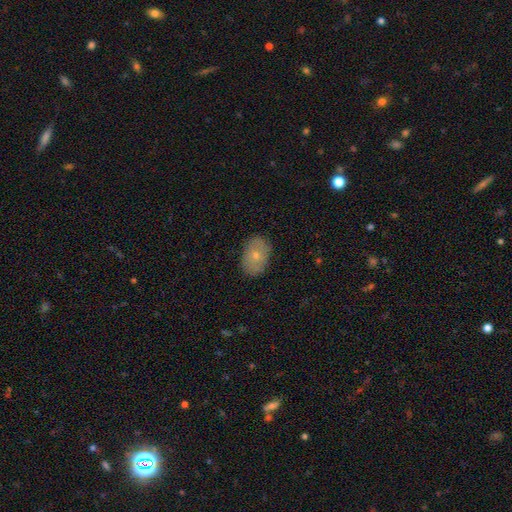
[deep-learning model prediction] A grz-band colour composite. It shows a smooth galaxy with no disk features (62%) that is in between round and cigar-shaped (80%). Merging: none (82%).